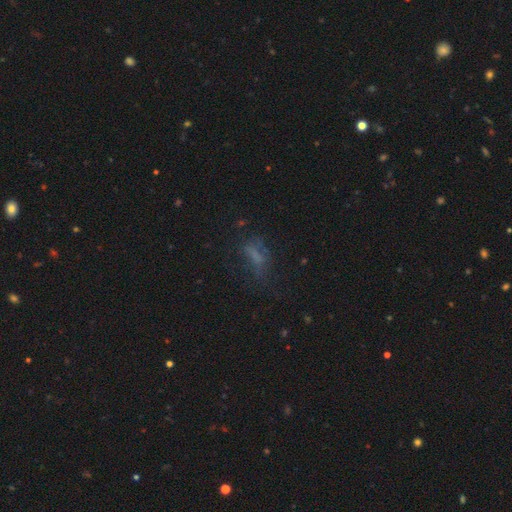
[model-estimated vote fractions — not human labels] Q: Smooth or featured?
A: smooth (47%); runner-up: featured or disk (28%)
Q: Merging?
A: none (46%); runner-up: major disturbance (28%)